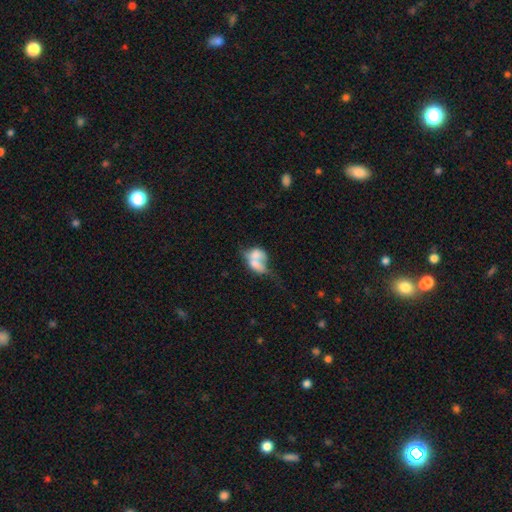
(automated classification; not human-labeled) Overall: smooth (59%; featured or disk 31%). How rounded: in between (74%). Merging: merger (67%).